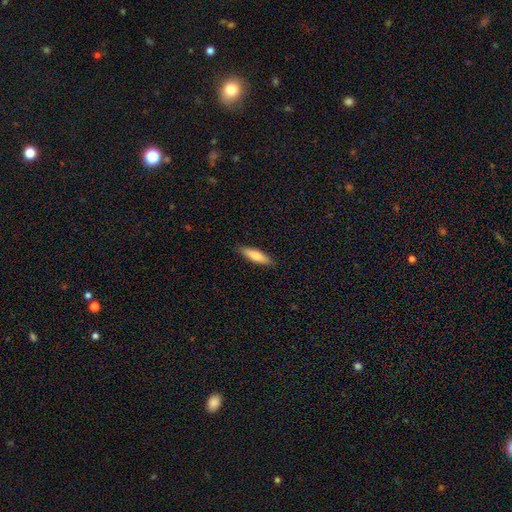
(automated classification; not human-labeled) Overall: smooth (75%). How rounded: cigar-shaped (62%; in between 36%). Merging: none (89%).